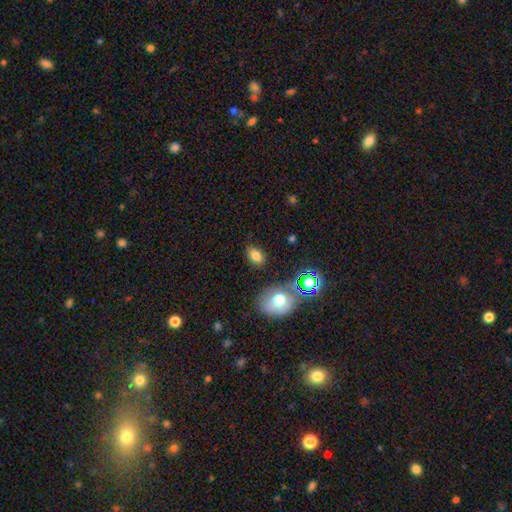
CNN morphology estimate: type=smooth (76%); roundness=in between (79%); merging=none (80%).